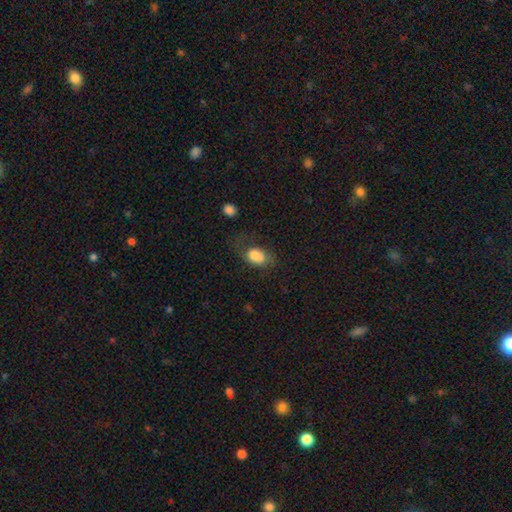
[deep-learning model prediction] Smooth or featured: smooth — 82% (featured or disk — 11%)
How rounded: in between — 84% (round — 14%)
Merging: none — 47% (minor disturbance — 26%)